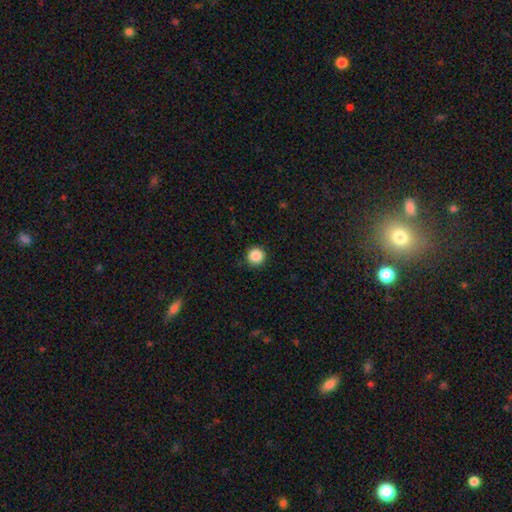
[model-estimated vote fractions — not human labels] The model was most divided on "smooth or featured": smooth: 87%, star or artifact: 10%, featured or disk: 3%. More confident: how rounded — round (96%); merging — none (92%).